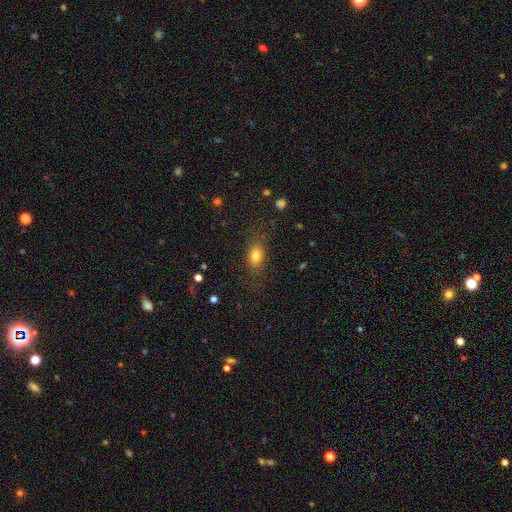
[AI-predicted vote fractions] Overall: smooth (78%). How rounded: in between (77%). Merging: none (76%).